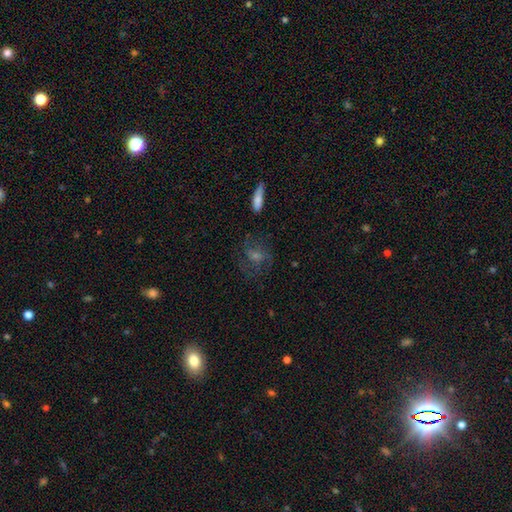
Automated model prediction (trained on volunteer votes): Smooth or featured? Predicted: featured or disk (p=0.53). Edge-on disk? Predicted: no (p=0.92). Merging? Predicted: none (p=0.71).